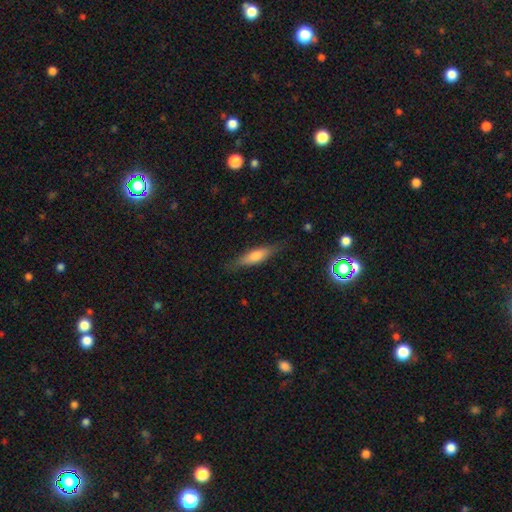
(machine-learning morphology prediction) Smooth or featured: smooth — 59% (featured or disk — 34%)
How rounded: cigar-shaped — 69% (in between — 29%)
Merging: none — 82% (minor disturbance — 14%)